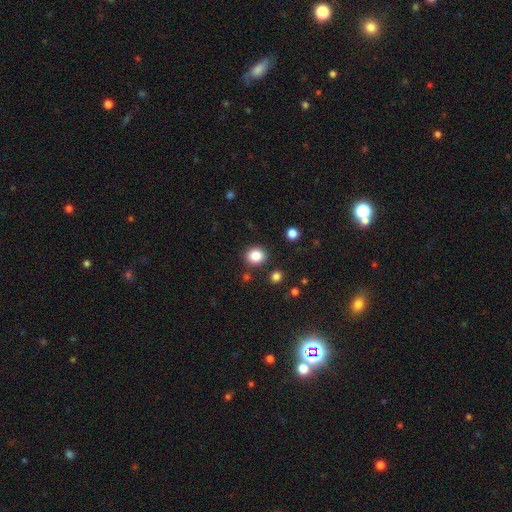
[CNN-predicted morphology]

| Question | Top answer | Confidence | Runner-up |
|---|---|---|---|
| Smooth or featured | smooth | 86% | star or artifact (10%) |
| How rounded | round | 79% | in between (20%) |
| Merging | none | 86% | minor disturbance (8%) |